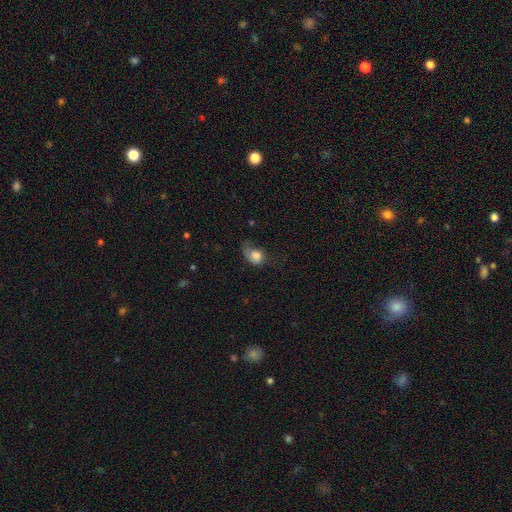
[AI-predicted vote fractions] A smooth galaxy with no disk features (76%) that is in between round and cigar-shaped (56%). Merging: major disturbance (41%).